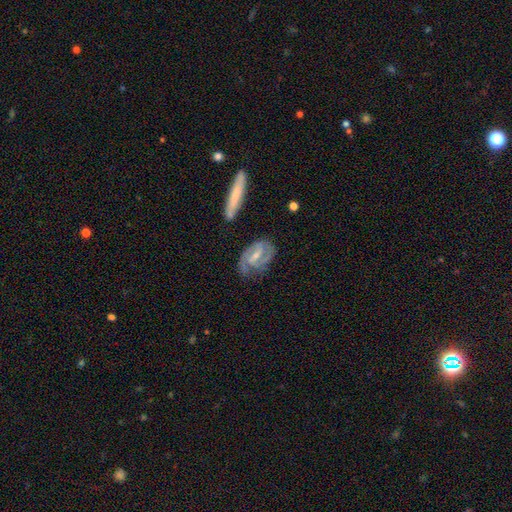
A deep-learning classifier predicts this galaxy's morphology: Smooth or featured? Predicted: featured or disk (p=0.78). Edge-on disk? Predicted: no (p=0.94). Bar? Predicted: weak (p=0.50). Spiral arms? Predicted: yes (p=0.89). Spiral winding? Predicted: medium (p=0.45). Spiral arm count? Predicted: 2 (p=0.66). Bulge size? Predicted: small (p=0.53). Merging? Predicted: none (p=0.60).